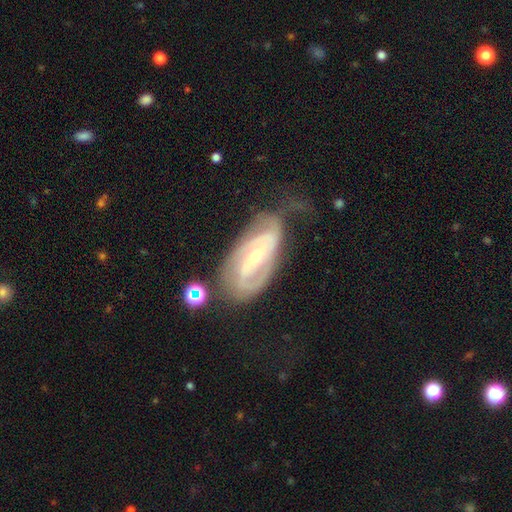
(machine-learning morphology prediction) Smooth or featured: featured or disk — 82% (smooth — 11%)
Edge-on disk: no — 94% (yes — 6%)
Bar: weak — 37% (no — 36%)
Spiral arms: yes — 89% (no — 11%)
Spiral winding: tight — 52% (medium — 36%)
Spiral arm count: 2 — 57% (can't tell — 26%)
Bulge size: small — 56% (moderate — 40%)
Merging: none — 45% (minor disturbance — 28%)